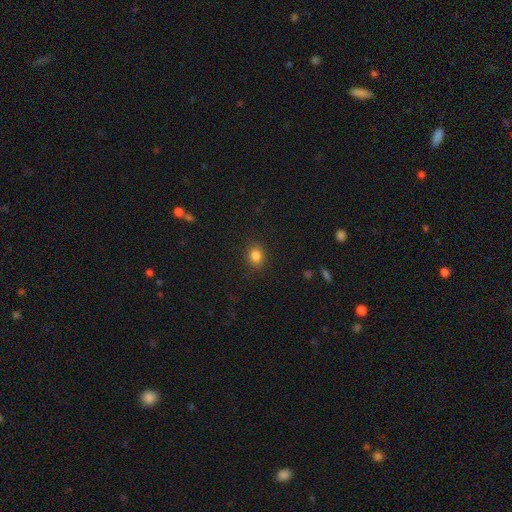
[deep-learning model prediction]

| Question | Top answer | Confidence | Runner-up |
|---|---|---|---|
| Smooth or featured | smooth | 84% | star or artifact (12%) |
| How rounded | round | 59% | in between (40%) |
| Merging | none | 87% | minor disturbance (9%) |